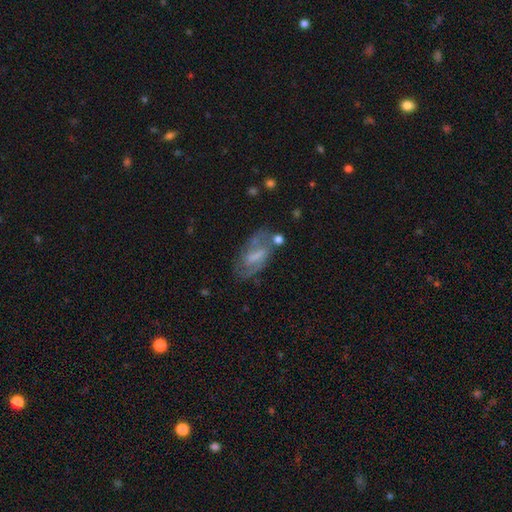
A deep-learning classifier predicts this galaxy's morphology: Smooth or featured? Predicted: featured or disk (p=0.60). Edge-on disk? Predicted: no (p=0.91). Bar? Predicted: weak (p=0.44). Spiral arms? Predicted: yes (p=0.71). Bulge size? Predicted: none (p=0.36). Merging? Predicted: none (p=0.62).